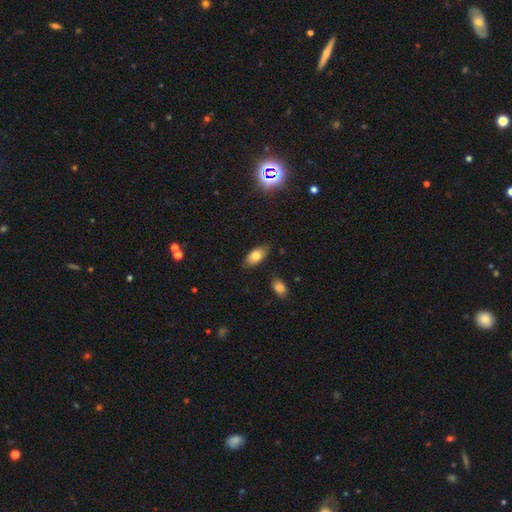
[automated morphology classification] smooth-or-featured: smooth: 79% | featured or disk: 12% | star or artifact: 9%
  how-rounded: in between: 91% | cigar-shaped: 5% | round: 4%
  merging: none: 81% | minor disturbance: 14% | major disturbance: 3% | merger: 2%